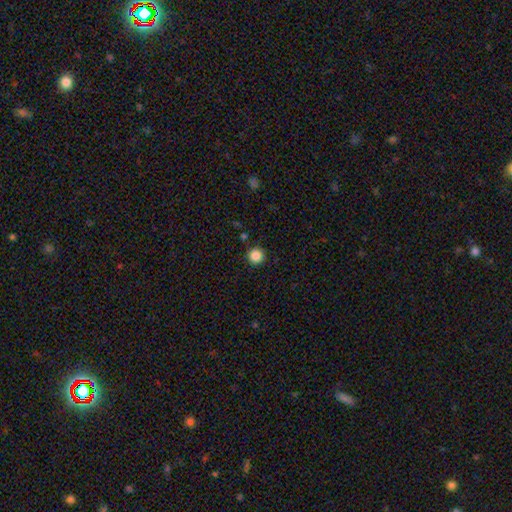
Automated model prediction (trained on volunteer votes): Smooth or featured? Predicted: smooth (p=0.87). How rounded? Predicted: round (p=0.96). Merging? Predicted: none (p=0.91).